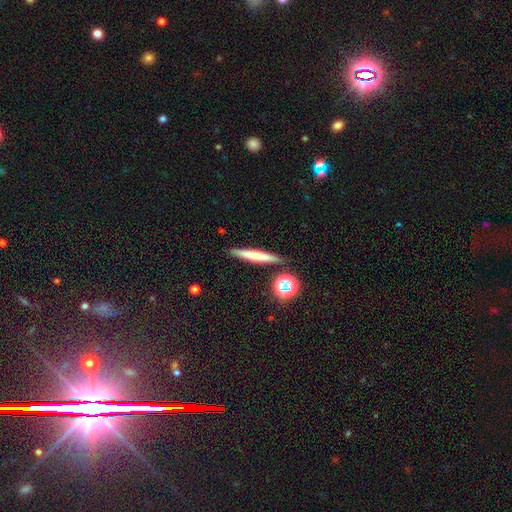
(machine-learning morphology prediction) This appears to be a smooth galaxy with no disk features (61%) that is cigar-shaped (94%). Merging: none (88%).